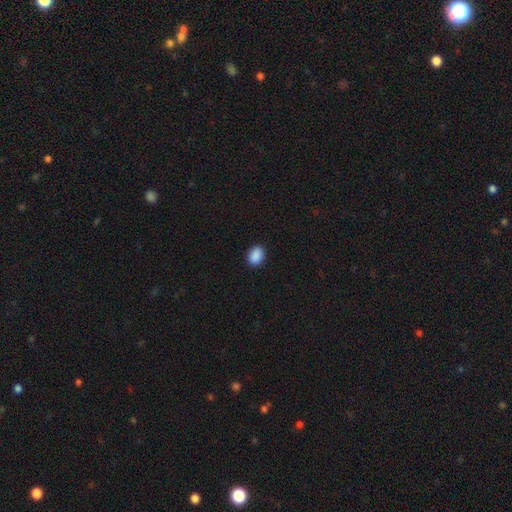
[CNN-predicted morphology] This is clearly a smooth galaxy (90%). How rounded: likely in between (64%). Merging: clearly none (90%).